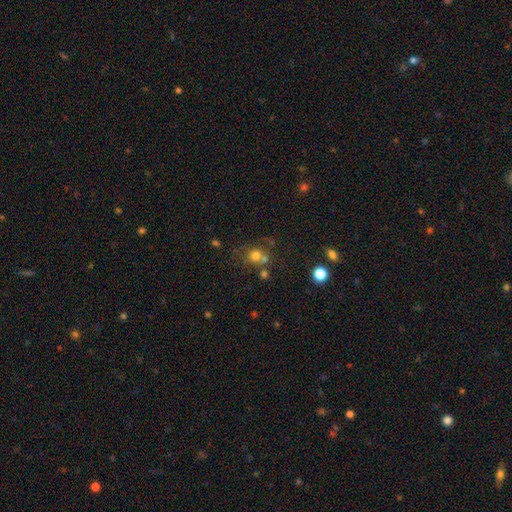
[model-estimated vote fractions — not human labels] Overall: smooth (69%). How rounded: round (82%). Merging: none (50%; merger 32%).